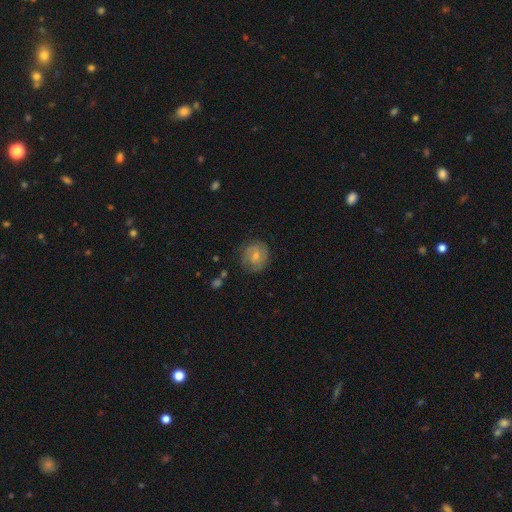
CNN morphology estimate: Smooth or featured? Predicted: smooth (p=0.56). How rounded? Predicted: round (p=0.82). Merging? Predicted: none (p=0.71).